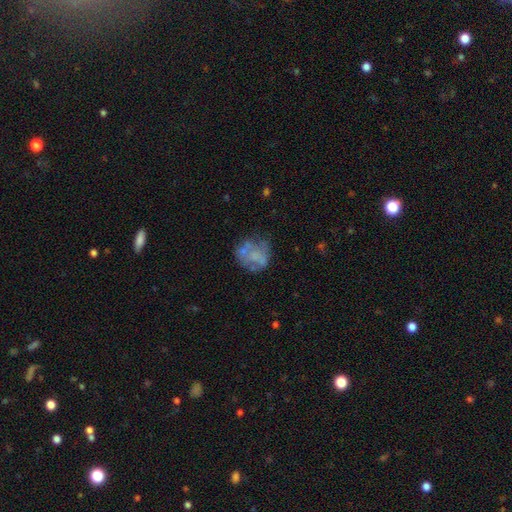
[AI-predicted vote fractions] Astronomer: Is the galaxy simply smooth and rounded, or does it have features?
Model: featured or disk — 50% (runner-up: smooth, 40%).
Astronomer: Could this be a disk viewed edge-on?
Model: no — 98%.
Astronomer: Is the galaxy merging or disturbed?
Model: none — 48%.